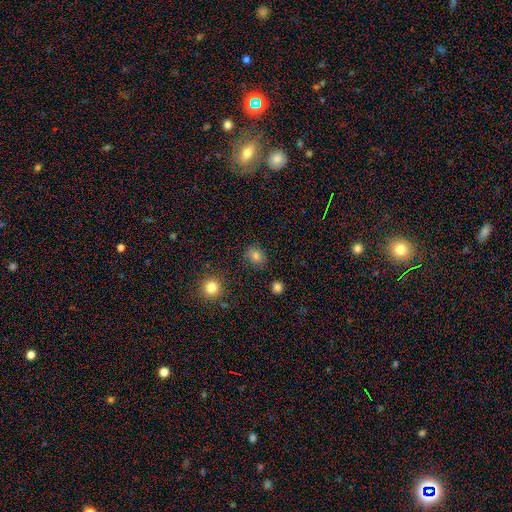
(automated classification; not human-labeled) Smooth or featured: smooth — 79% (star or artifact — 14%)
How rounded: round — 61% (in between — 38%)
Merging: none — 86% (minor disturbance — 10%)